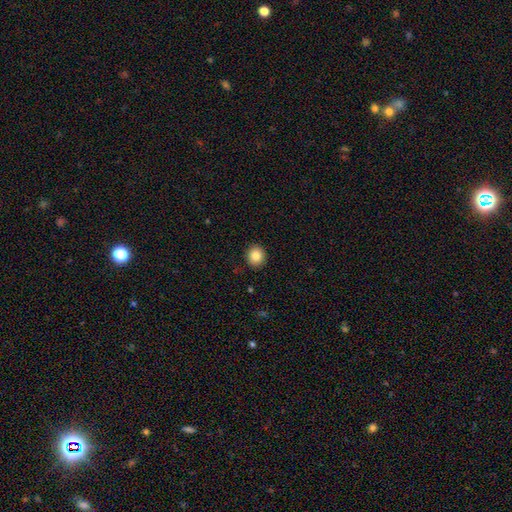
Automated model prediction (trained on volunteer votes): Smooth or featured? Predicted: smooth (p=0.85). How rounded? Predicted: round (p=0.85). Merging? Predicted: none (p=0.92).